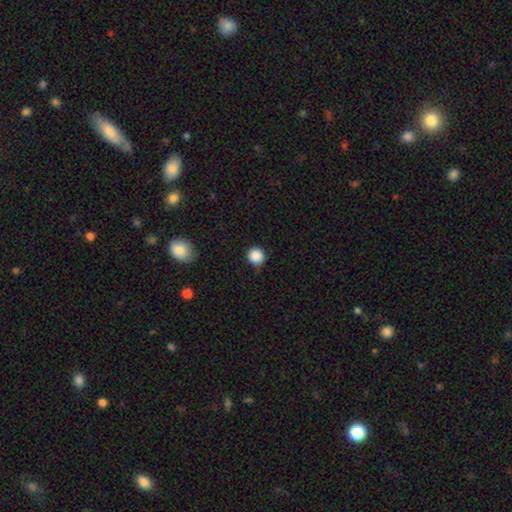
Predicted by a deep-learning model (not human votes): smooth_or_featured: smooth (p=0.87) [alt: star or artifact p=0.10]
how_rounded: round (p=0.95) [alt: in between p=0.04]
merging: none (p=0.80) [alt: minor disturbance p=0.15]